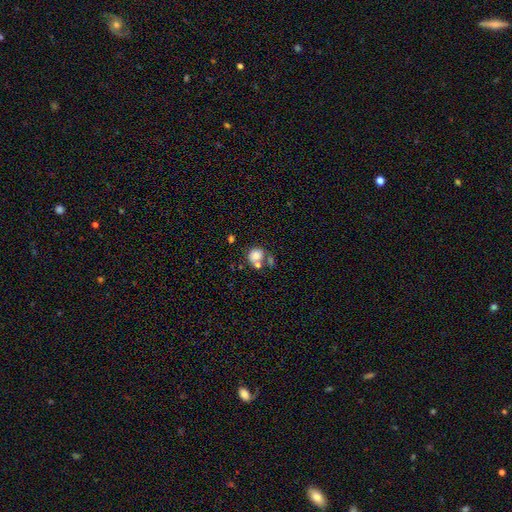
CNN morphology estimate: Overall: smooth (77%). How rounded: round (69%; in between 30%). Merging: merger (41%; none 40%).